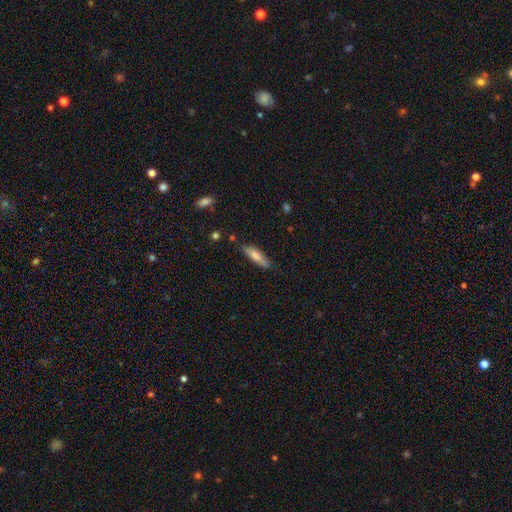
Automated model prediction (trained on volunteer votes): Smooth or featured?
  - smooth: 74% *
  - featured or disk: 19%
  - star or artifact: 6%
How rounded?
  - cigar-shaped: 64% *
  - in between: 34%
  - round: 2%
Merging?
  - none: 74% *
  - minor disturbance: 20%
  - major disturbance: 4%
  - merger: 2%